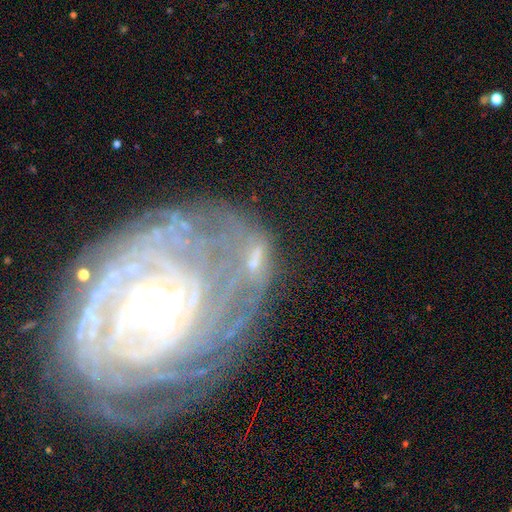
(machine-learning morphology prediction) Smooth or featured? featured or disk (66%)
Edge-on disk? no (91%)
Bar? no (48%)
Spiral arms? yes (75%)
Bulge size? small (45%)
Merging? none (51%)